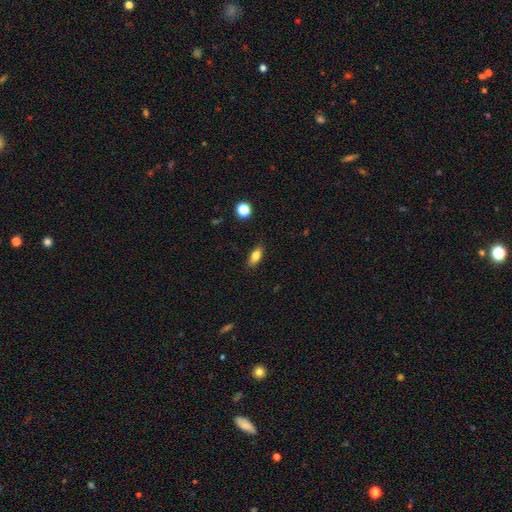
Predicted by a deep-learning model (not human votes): A smooth galaxy with no disk features (81%) that is in between round and cigar-shaped (82%).

Vote fractions:
- Smooth or featured? smooth: 81% / featured or disk: 10% / star or artifact: 9%
- How rounded? in between: 82% / cigar-shaped: 13% / round: 5%
- Merging? none: 85% / minor disturbance: 11% / major disturbance: 2% / merger: 1%